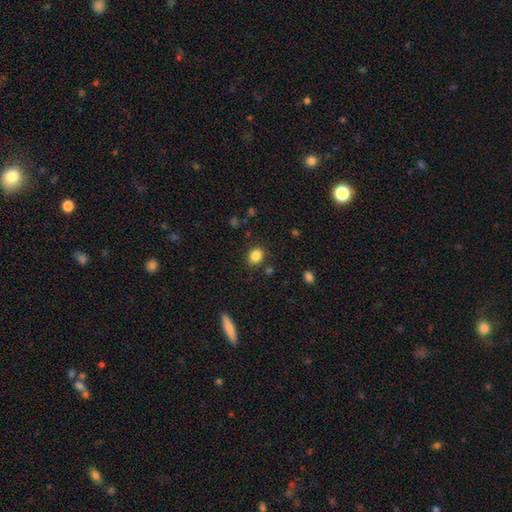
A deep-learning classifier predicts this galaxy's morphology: type=smooth (85%); roundness=round (50%); merging=none (85%).